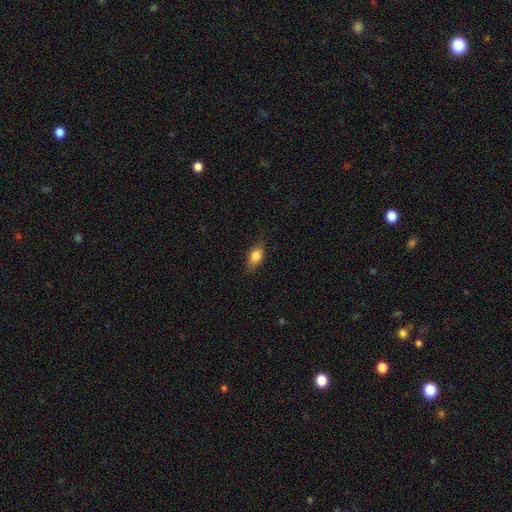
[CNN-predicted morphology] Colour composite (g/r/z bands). It shows a smooth galaxy with no disk features (78%) that is in between round and cigar-shaped (78%). Merging: none (74%).